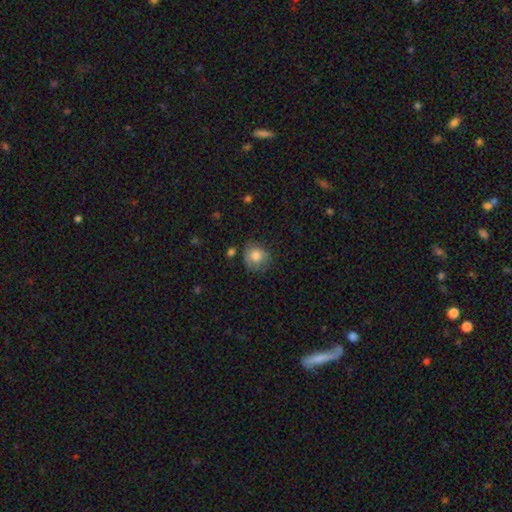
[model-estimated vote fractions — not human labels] Smooth or featured? Predicted: smooth (p=0.77). How rounded? Predicted: round (p=0.79). Merging? Predicted: none (p=0.62).